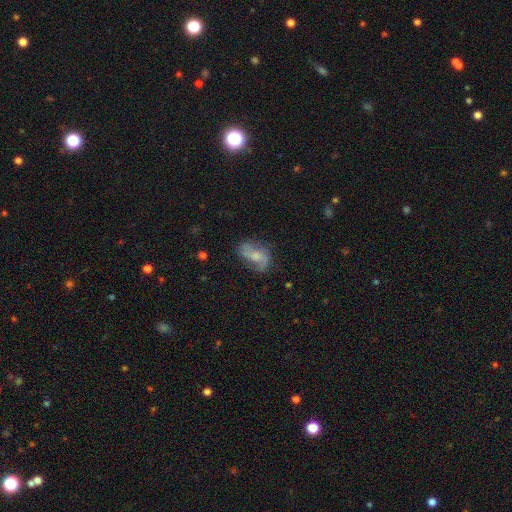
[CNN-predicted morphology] featured or disk 62%, smooth 29%, star or artifact 9%. Down the decision tree: edge-on disk — no (95%); bar — no (60%); spiral arms — yes (83%); bulge size — moderate (47%); merging — none (57%).